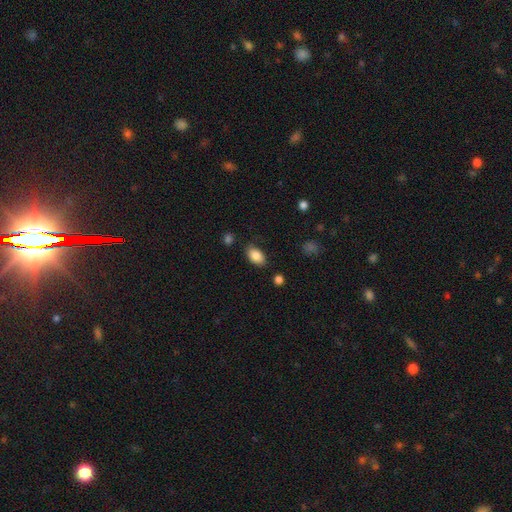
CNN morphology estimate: This is clearly a smooth galaxy (86%). How rounded: clearly in between (92%). Merging: clearly none (81%).